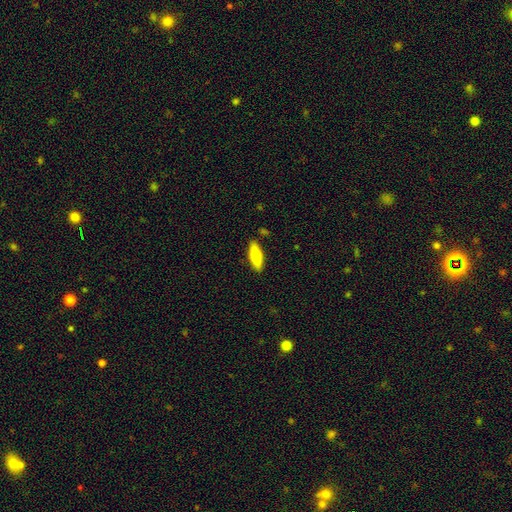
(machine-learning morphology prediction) smooth_or_featured: smooth (p=0.78) [alt: featured or disk p=0.17]
how_rounded: in between (p=0.52) [alt: cigar-shaped p=0.46]
merging: none (p=0.86) [alt: minor disturbance p=0.10]